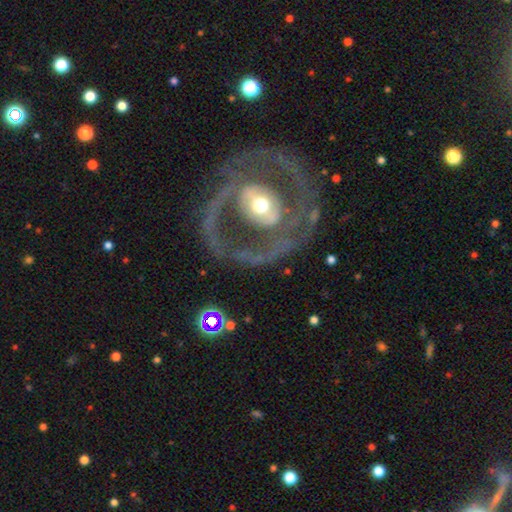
smooth_or_featured: featured or disk (p=0.83) [alt: smooth p=0.14]
disk_edge_on: no (p=0.97) [alt: yes p=0.03]
bar: no (p=0.48) [alt: weak p=0.34]
has_spiral_arms: no (p=0.55) [alt: yes p=0.45]
bulge_size: moderate (p=0.76) [alt: small p=0.21]
merging: none (p=0.60) [alt: minor disturbance p=0.26]